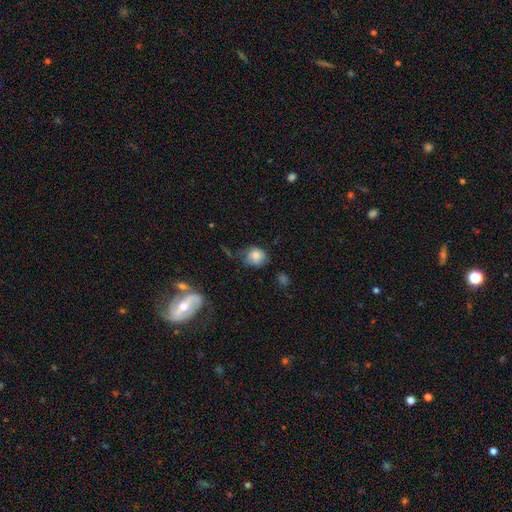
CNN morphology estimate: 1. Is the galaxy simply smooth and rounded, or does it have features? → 78% smooth, 13% featured or disk, 9% star or artifact.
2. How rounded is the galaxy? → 58% round, 41% in between, 1% cigar-shaped.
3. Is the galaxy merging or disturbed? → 45% none, 34% minor disturbance, 16% major disturbance, 5% merger.